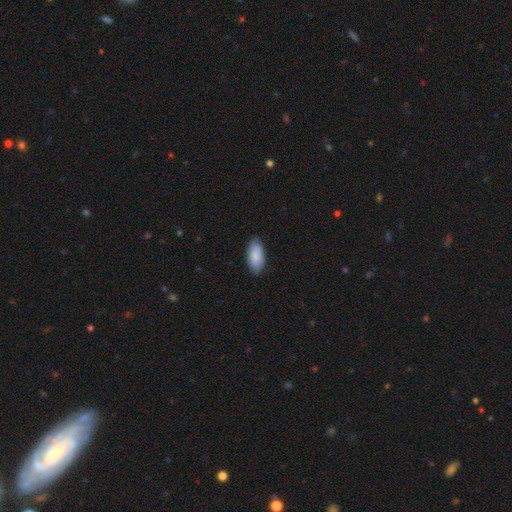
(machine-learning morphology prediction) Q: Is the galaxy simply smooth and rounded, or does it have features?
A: smooth — 88%.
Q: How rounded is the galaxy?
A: in between — 91%.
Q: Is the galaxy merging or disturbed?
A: none — 85%.